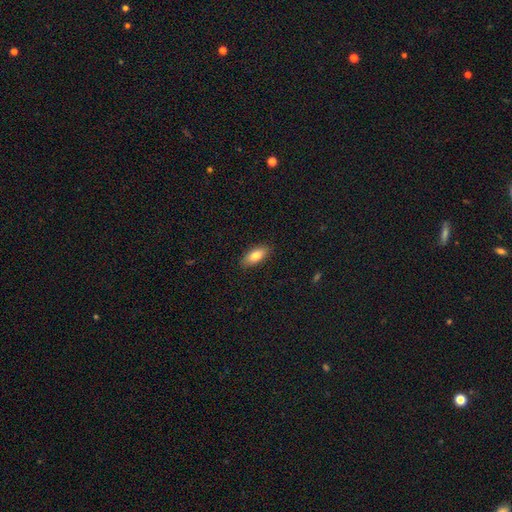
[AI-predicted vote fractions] smooth 80%, featured or disk 13%, star or artifact 7%. Down the decision tree: how rounded — in between (86%); merging — none (88%).